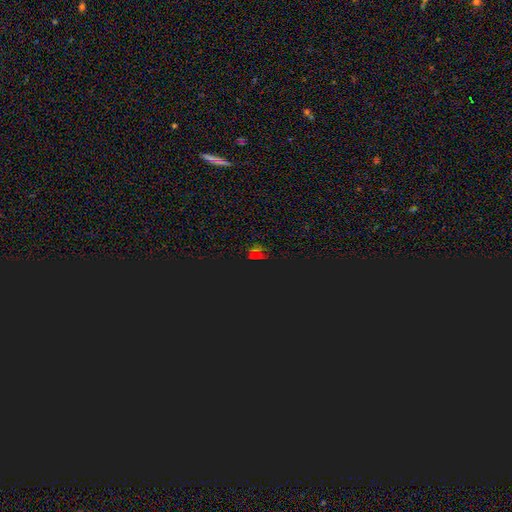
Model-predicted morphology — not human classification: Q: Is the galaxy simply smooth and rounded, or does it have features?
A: star or artifact — 71%.